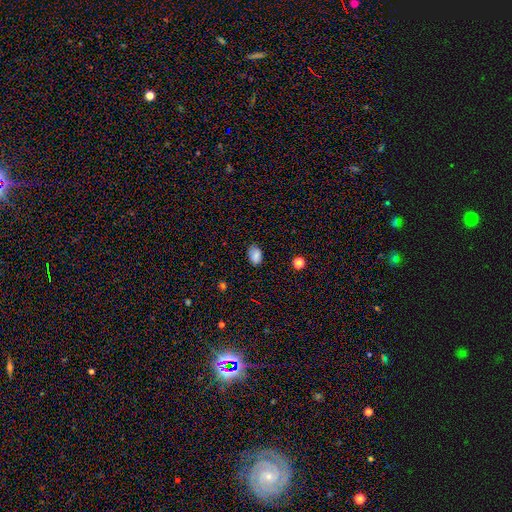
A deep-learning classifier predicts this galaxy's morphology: Smooth or featured: smooth — 85% (star or artifact — 10%)
How rounded: in between — 83% (round — 16%)
Merging: none — 75% (minor disturbance — 20%)